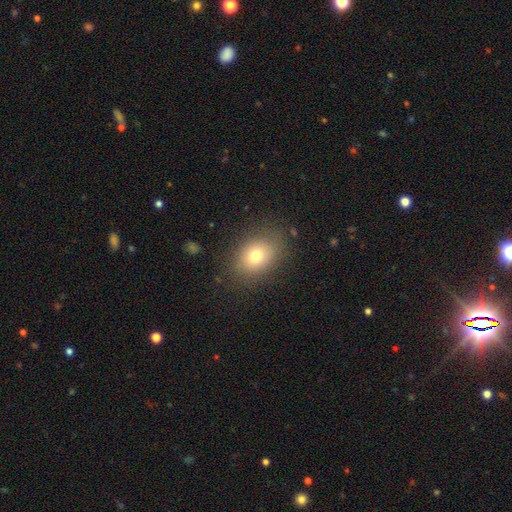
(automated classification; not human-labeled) A smooth galaxy with no disk features (75%) that is in between round and cigar-shaped (65%).

Vote fractions:
- Smooth or featured? smooth: 75% / featured or disk: 13% / star or artifact: 12%
- How rounded? in between: 65% / round: 34% / cigar-shaped: 1%
- Merging? none: 82% / minor disturbance: 12% / major disturbance: 5% / merger: 1%